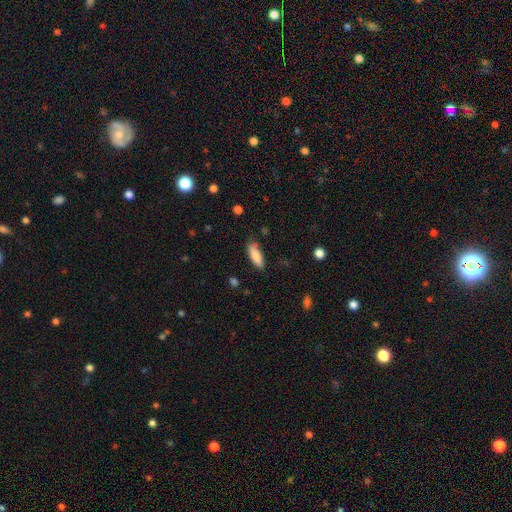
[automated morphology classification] Smooth or featured? Predicted: smooth (p=0.84). How rounded? Predicted: in between (p=0.57). Merging? Predicted: none (p=0.78).